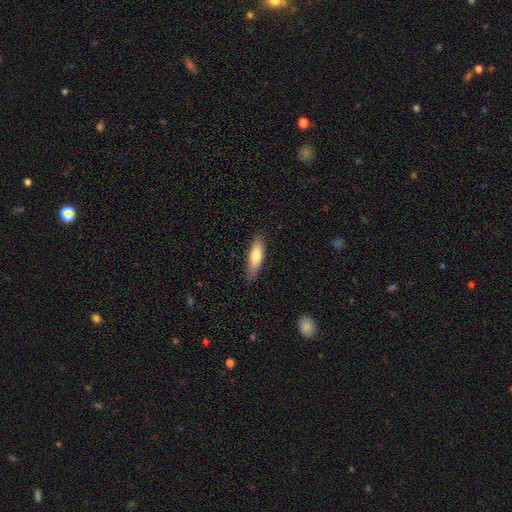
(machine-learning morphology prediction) Overall: smooth (72%). How rounded: cigar-shaped (61%; in between 37%). Merging: none (83%).